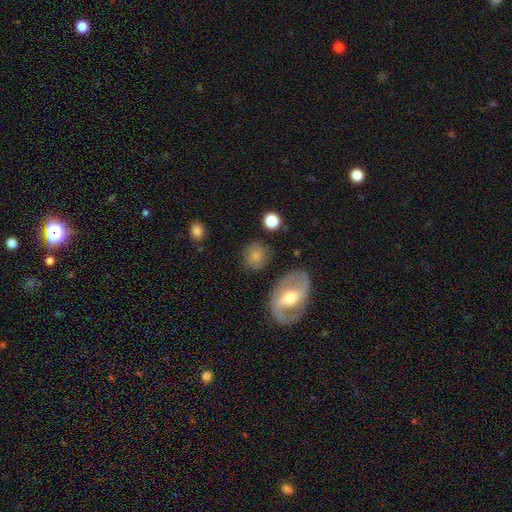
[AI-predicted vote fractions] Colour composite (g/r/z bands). It shows a smooth galaxy with no disk features (74%) that is round (78%). Merging: none (81%).